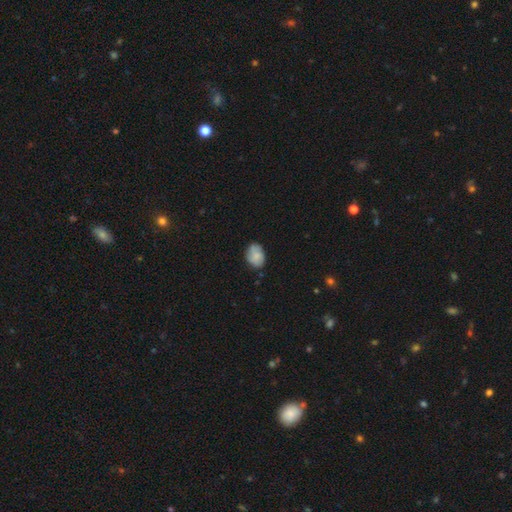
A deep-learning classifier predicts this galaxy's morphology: A smooth galaxy with no disk features (63%) that is in between round and cigar-shaped (72%). Merging: none (68%).